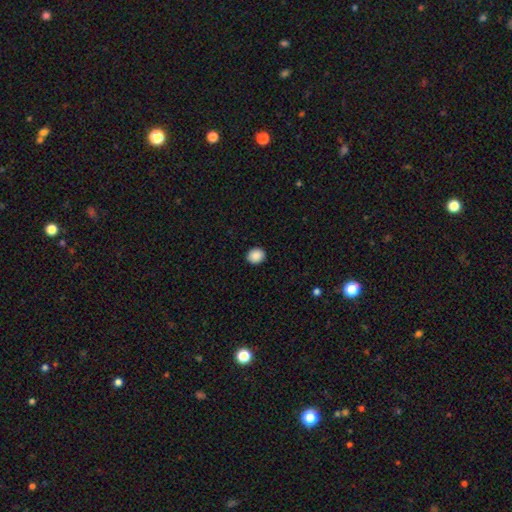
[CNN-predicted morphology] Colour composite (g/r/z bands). It shows a smooth galaxy with no disk features (89%) that is round (73%). Merging: none (92%).